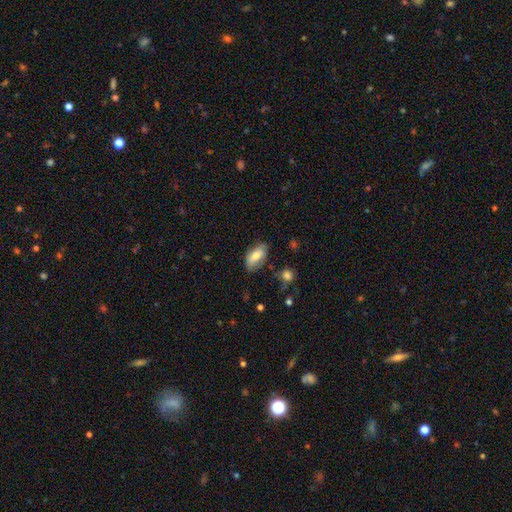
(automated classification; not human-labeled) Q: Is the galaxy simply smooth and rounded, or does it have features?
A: smooth — 69%.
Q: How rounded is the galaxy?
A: in between — 90%.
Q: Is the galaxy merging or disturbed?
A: none — 70%.